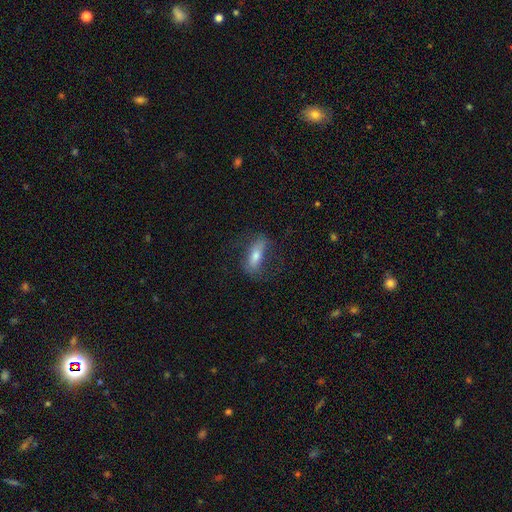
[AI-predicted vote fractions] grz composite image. It shows a smooth galaxy with no disk features (50%) that is cigar-shaped (48%, tied with in between). Merging: none (72%).